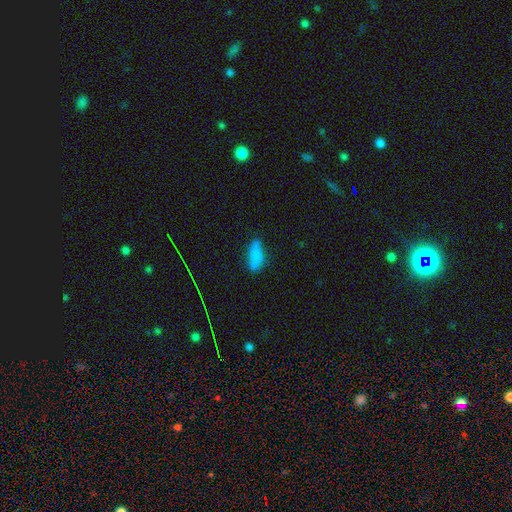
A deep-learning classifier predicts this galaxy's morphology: The model was most divided on "merging": none: 72%, minor disturbance: 21%, major disturbance: 5%, merger: 2%. More confident: smooth or featured — smooth (81%); how rounded — in between (78%).